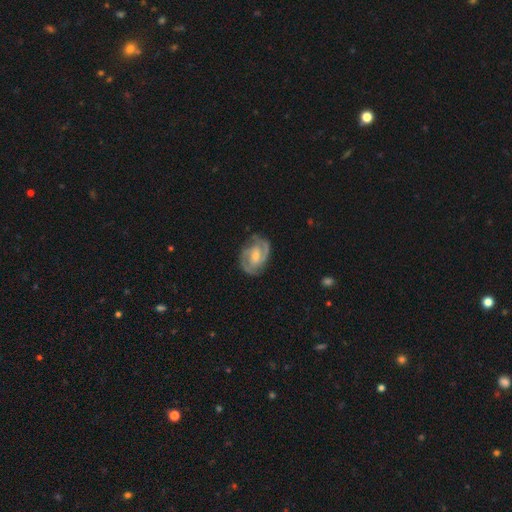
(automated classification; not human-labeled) smooth_or_featured: featured or disk (p=0.85) [alt: smooth p=0.10]
disk_edge_on: no (p=0.97) [alt: yes p=0.03]
bar: weak (p=0.50) [alt: no p=0.34]
has_spiral_arms: yes (p=0.95) [alt: no p=0.05]
spiral_winding: tight (p=0.46) [alt: medium p=0.45]
spiral_arm_count: 2 (p=0.78) [alt: can't tell p=0.08]
bulge_size: moderate (p=0.50) [alt: small p=0.43]
merging: none (p=0.76) [alt: minor disturbance p=0.17]